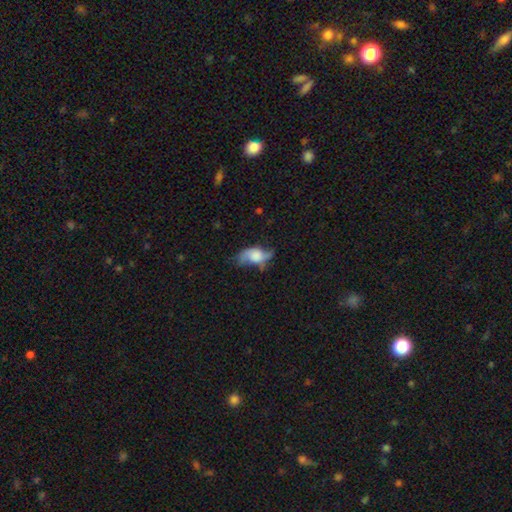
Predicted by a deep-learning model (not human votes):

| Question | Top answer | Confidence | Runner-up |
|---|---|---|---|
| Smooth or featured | smooth | 47% | featured or disk (45%) |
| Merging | none | 44% | minor disturbance (30%) |